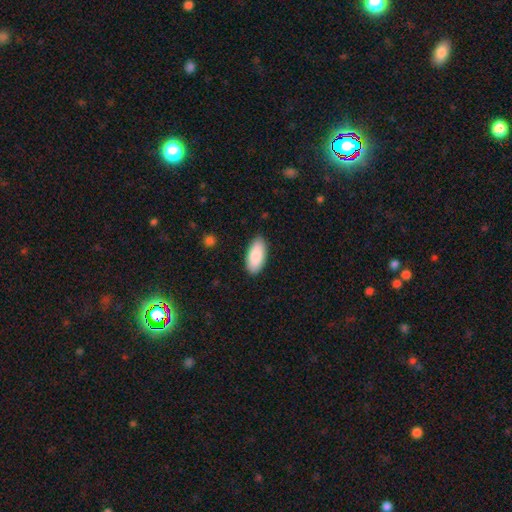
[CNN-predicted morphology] Smooth or featured?
  - smooth: 88% *
  - featured or disk: 7%
  - star or artifact: 6%
How rounded?
  - in between: 92% *
  - cigar-shaped: 6%
  - round: 2%
Merging?
  - none: 88% *
  - minor disturbance: 10%
  - major disturbance: 2%
  - merger: 1%